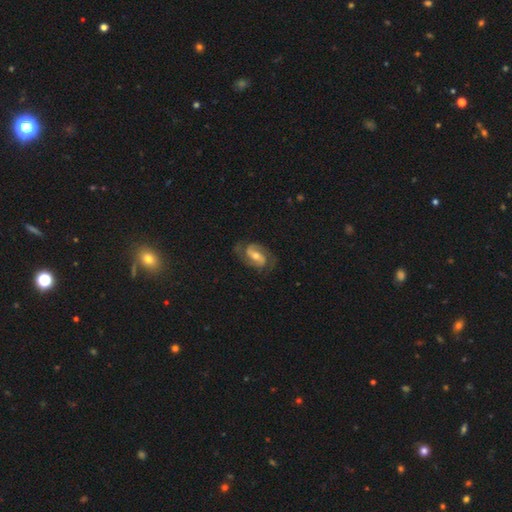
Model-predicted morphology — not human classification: featured or disk 86%, smooth 8%, star or artifact 6%. Down the decision tree: edge-on disk — no (97%); bar — weak (43%); spiral arms — yes (97%); spiral arm count — 2 (89%); spiral winding — medium (51%); bulge size — moderate (62%); merging — none (77%).